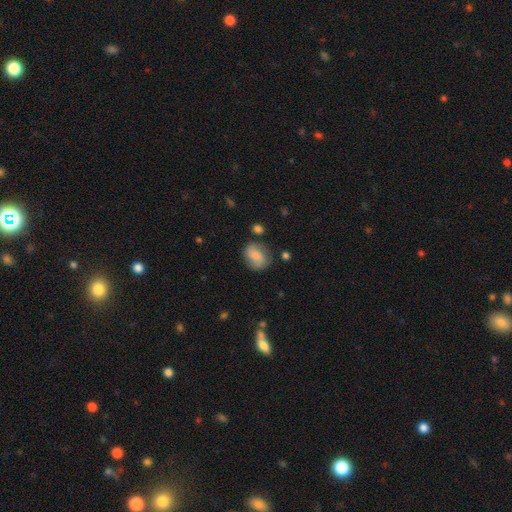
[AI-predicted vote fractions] The model was most divided on "how rounded": round: 57%, in between: 41%, cigar-shaped: 2%. More confident: merging — none (71%); smooth or featured — smooth (59%).